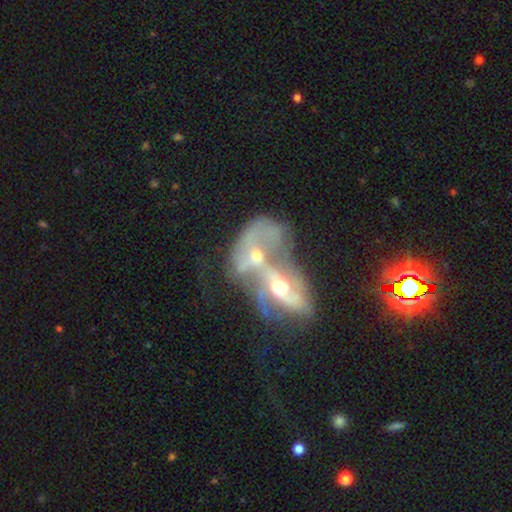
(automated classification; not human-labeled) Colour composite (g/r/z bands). It shows a featured or disk galaxy (72%) with no bar (62%), spiral arms (65%) and a moderate central bulge (67%). Merging: merger (82%).